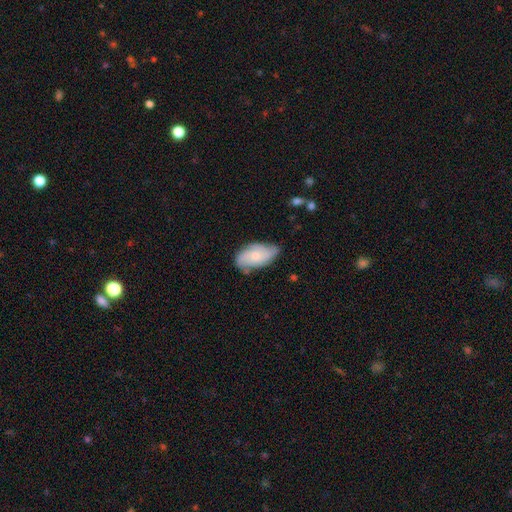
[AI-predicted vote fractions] Overall: featured or disk (52%; smooth 41%). Edge-on disk: no (95%). Merging: none (63%; minor disturbance 29%).